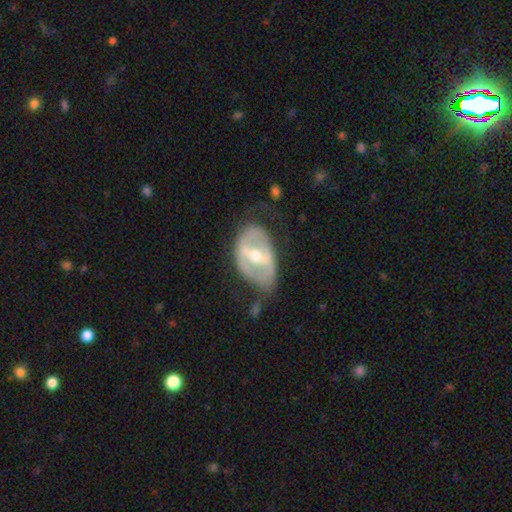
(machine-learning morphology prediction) smooth-or-featured: featured or disk: 73% | smooth: 21% | star or artifact: 6%
  disk-edge-on: no: 93% | yes: 7%
    bar: strong: 59% | weak: 29% | no: 13%
    has-spiral-arms: no: 60% | yes: 40%
    bulge-size: moderate: 59% | small: 36% | large: 3% | none: 1% | dominant: 1%
  merging: none: 48% | minor disturbance: 30% | major disturbance: 18% | merger: 4%